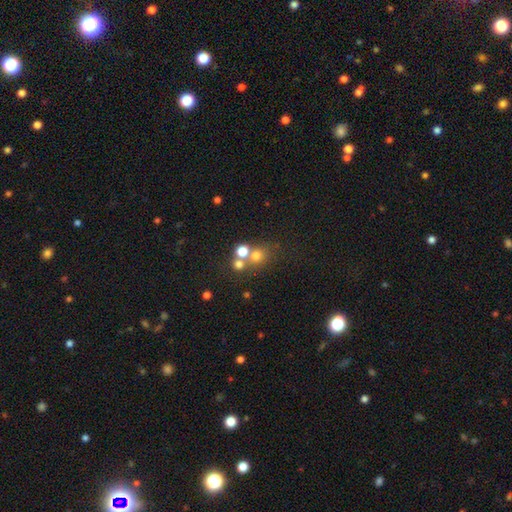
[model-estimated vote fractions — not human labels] smooth 63%, star or artifact 23%, featured or disk 13%. Down the decision tree: how rounded — round (83%); merging — none (53%).